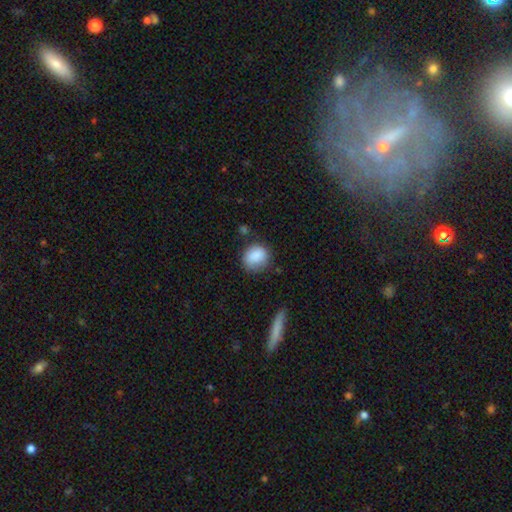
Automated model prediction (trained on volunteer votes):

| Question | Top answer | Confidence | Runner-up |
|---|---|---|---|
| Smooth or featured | smooth | 86% | star or artifact (8%) |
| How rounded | round | 68% | in between (31%) |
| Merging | none | 69% | minor disturbance (22%) |